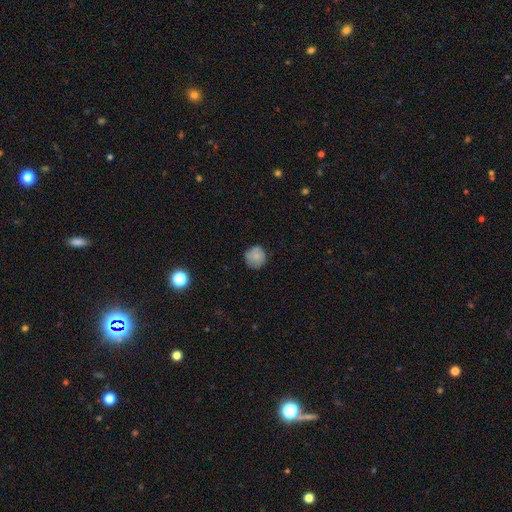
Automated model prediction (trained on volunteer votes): Smooth or featured?
  - smooth: 78% *
  - featured or disk: 13%
  - star or artifact: 9%
How rounded?
  - round: 90% *
  - in between: 9%
  - cigar-shaped: 1%
Merging?
  - none: 75% *
  - minor disturbance: 19%
  - major disturbance: 4%
  - merger: 2%